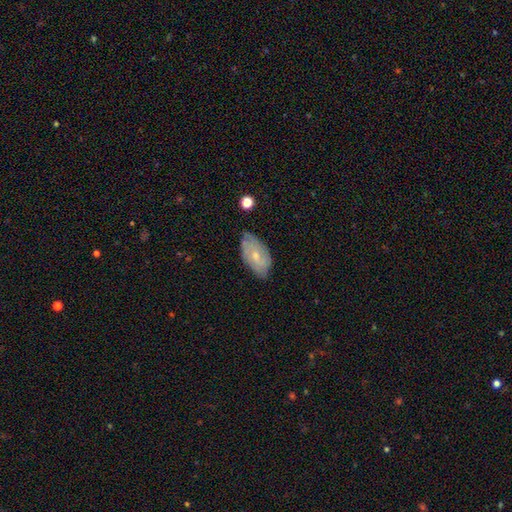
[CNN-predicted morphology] Smooth or featured? Predicted: smooth (p=0.47). Merging? Predicted: none (p=0.63).